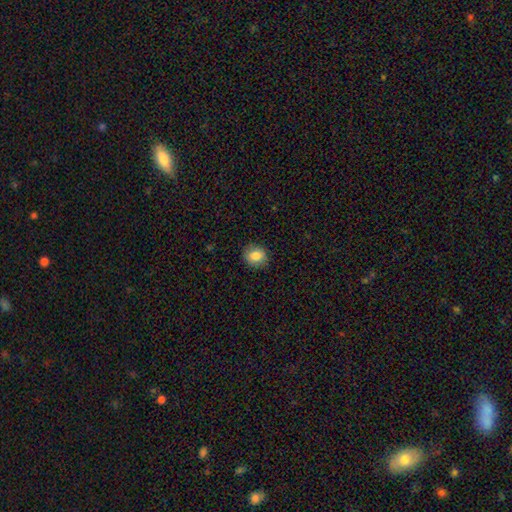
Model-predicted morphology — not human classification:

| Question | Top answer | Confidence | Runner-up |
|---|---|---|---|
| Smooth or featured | smooth | 83% | star or artifact (9%) |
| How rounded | round | 70% | in between (29%) |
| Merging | none | 87% | minor disturbance (9%) |